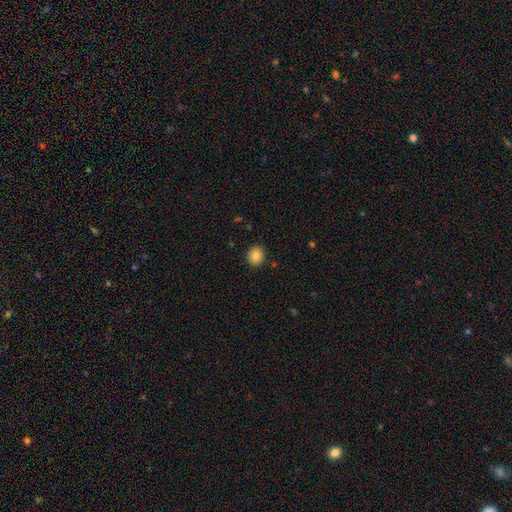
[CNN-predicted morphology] This appears to be a smooth galaxy with no disk features (84%) that is round (70%). Merging: none (89%).